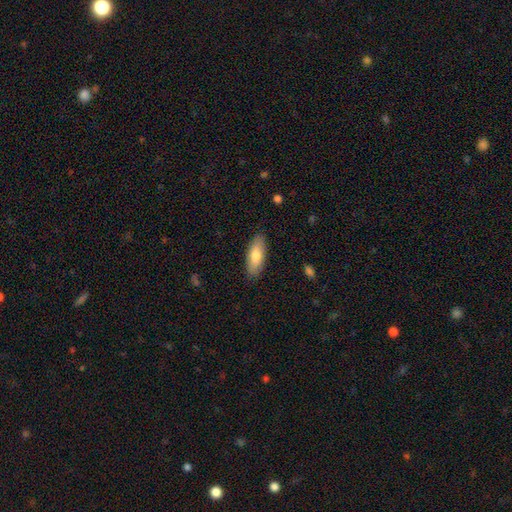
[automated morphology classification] The model was most divided on "how rounded": in between: 73%, cigar-shaped: 25%, round: 2%. More confident: merging — none (87%); smooth or featured — smooth (77%).